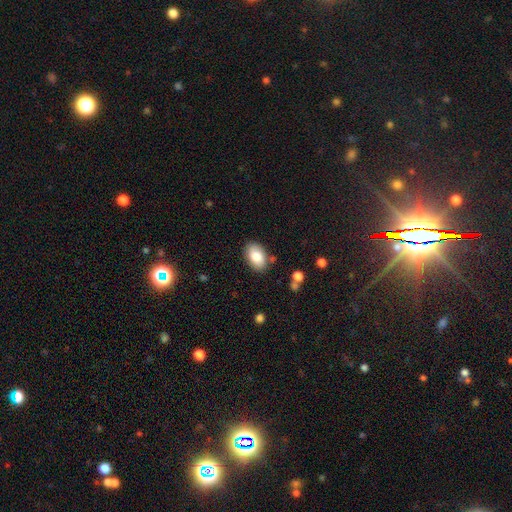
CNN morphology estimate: A smooth galaxy with no disk features (83%) that is in between round and cigar-shaped (90%).

Vote fractions:
- Smooth or featured? smooth: 83% / featured or disk: 10% / star or artifact: 7%
- How rounded? in between: 90% / round: 8% / cigar-shaped: 1%
- Merging? none: 82% / minor disturbance: 13% / major disturbance: 3% / merger: 3%